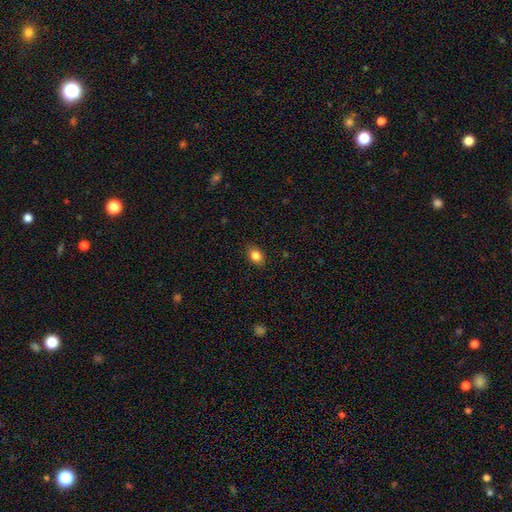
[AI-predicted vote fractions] A smooth galaxy with no disk features (85%) that is in between round and cigar-shaped (72%).

Vote fractions:
- Smooth or featured? smooth: 85% / star or artifact: 9% / featured or disk: 6%
- How rounded? in between: 72% / round: 26% / cigar-shaped: 1%
- Merging? none: 86% / minor disturbance: 11% / major disturbance: 2% / merger: 1%